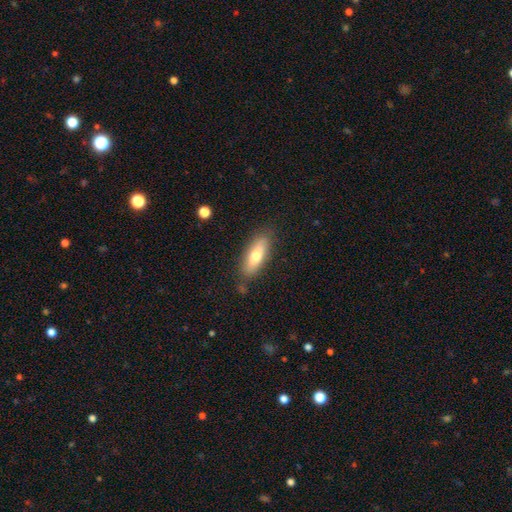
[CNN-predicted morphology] smooth_or_featured: smooth (p=0.70) [alt: featured or disk p=0.23]
how_rounded: in between (p=0.64) [alt: cigar-shaped p=0.34]
merging: none (p=0.80) [alt: minor disturbance p=0.14]